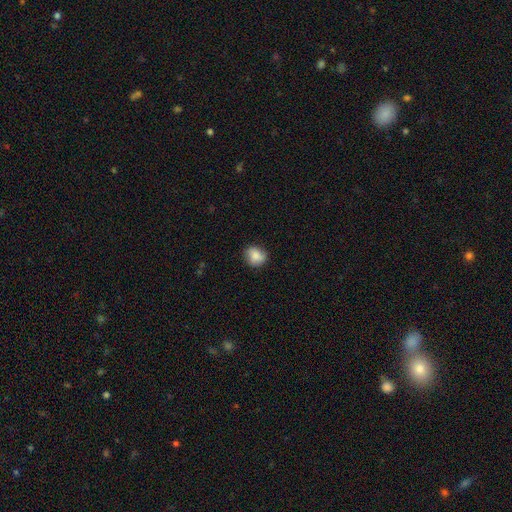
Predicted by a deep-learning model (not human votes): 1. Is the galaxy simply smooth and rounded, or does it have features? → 82% smooth, 10% featured or disk, 8% star or artifact.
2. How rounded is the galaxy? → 71% round, 28% in between, 1% cigar-shaped.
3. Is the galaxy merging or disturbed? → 76% none, 19% minor disturbance, 4% major disturbance, 1% merger.